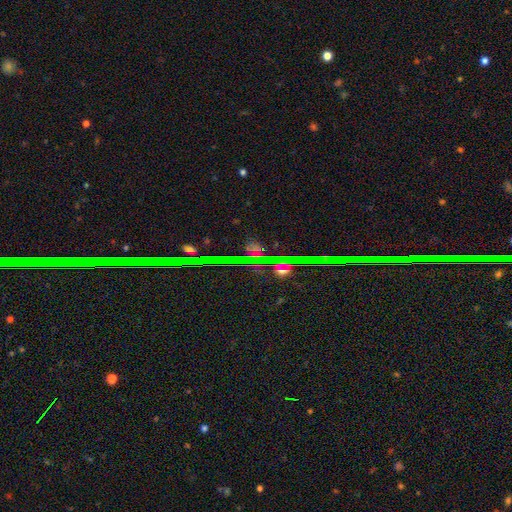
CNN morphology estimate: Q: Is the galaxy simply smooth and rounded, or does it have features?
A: star or artifact — 67%.